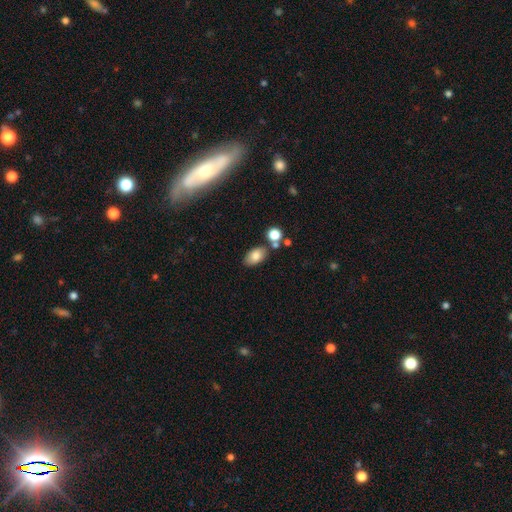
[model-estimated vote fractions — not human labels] This is likely a smooth galaxy (80%). How rounded: clearly in between (90%). Merging: likely none (73%).